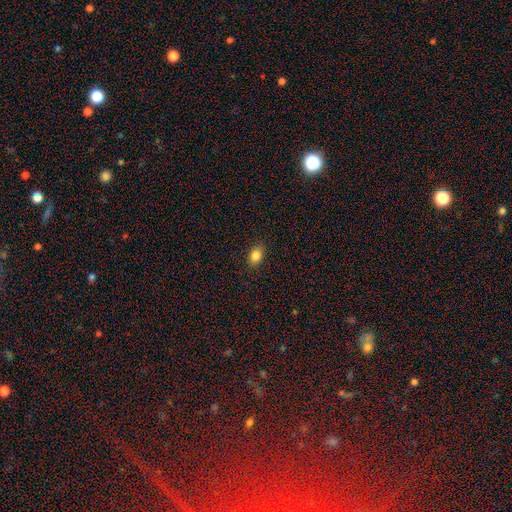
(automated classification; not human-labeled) Smooth or featured?
  - smooth: 84% *
  - star or artifact: 10%
  - featured or disk: 6%
How rounded?
  - in between: 80% *
  - round: 19%
  - cigar-shaped: 2%
Merging?
  - none: 88% *
  - minor disturbance: 9%
  - major disturbance: 2%
  - merger: 1%